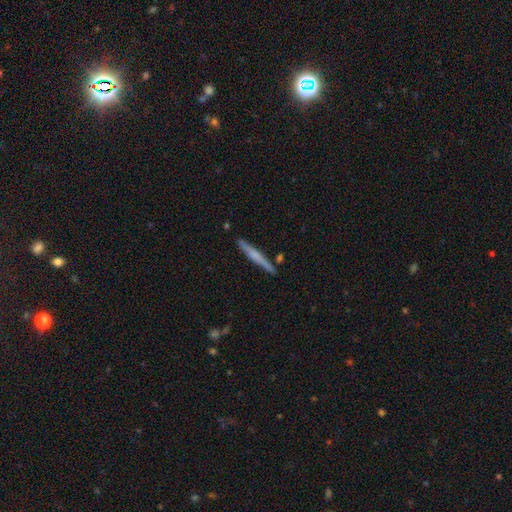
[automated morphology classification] A featured or disk galaxy (48%). Merging: none (88%).